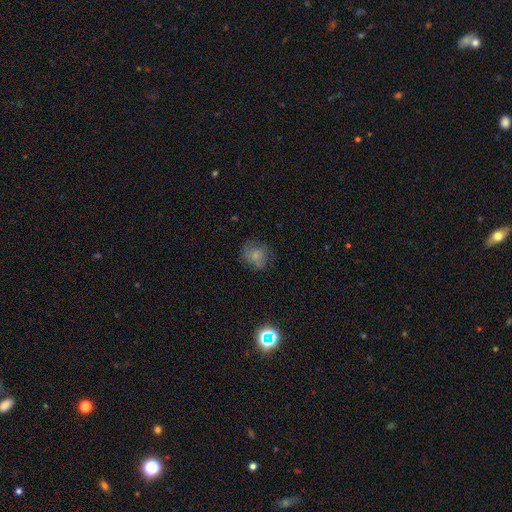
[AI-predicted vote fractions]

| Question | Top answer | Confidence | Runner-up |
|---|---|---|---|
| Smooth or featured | smooth | 71% | featured or disk (17%) |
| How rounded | round | 75% | in between (24%) |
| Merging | none | 64% | minor disturbance (23%) |